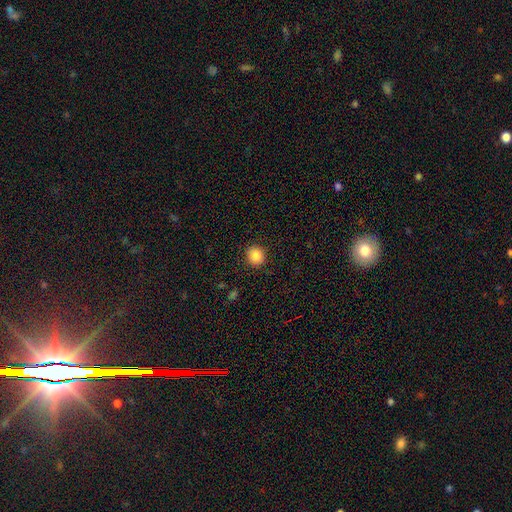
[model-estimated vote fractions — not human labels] Morphology: type=smooth (87%); roundness=round (86%); merging=none (90%).